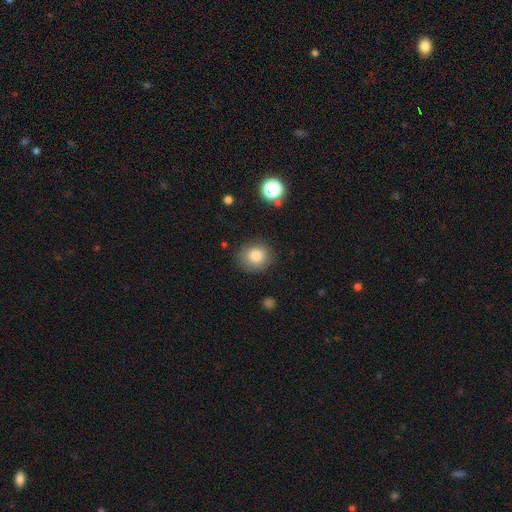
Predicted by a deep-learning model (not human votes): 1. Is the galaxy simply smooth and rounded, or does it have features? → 84% smooth, 10% star or artifact, 6% featured or disk.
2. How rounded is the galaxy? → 77% round, 22% in between, 1% cigar-shaped.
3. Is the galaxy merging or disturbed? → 84% none, 11% minor disturbance, 3% major disturbance, 2% merger.